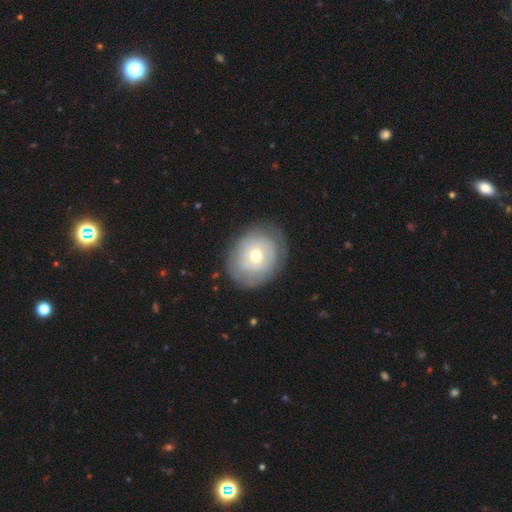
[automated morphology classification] smooth-or-featured: smooth: 48% | featured or disk: 45% | star or artifact: 7%
  merging: none: 80% | minor disturbance: 14% | major disturbance: 5% | merger: 1%